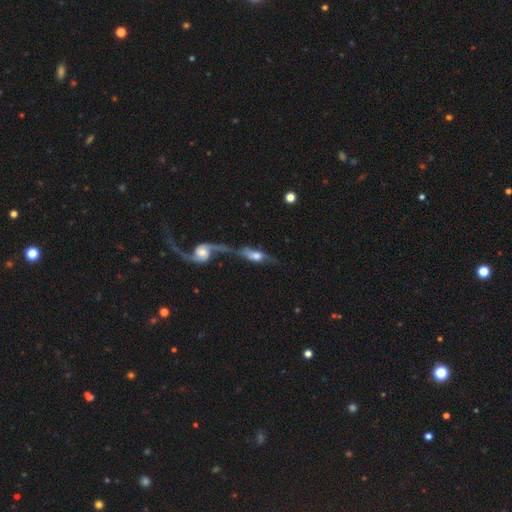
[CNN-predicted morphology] Overall: featured or disk (66%; smooth 26%). Edge-on disk: no (58%; yes 42%). Merging: merger (64%).